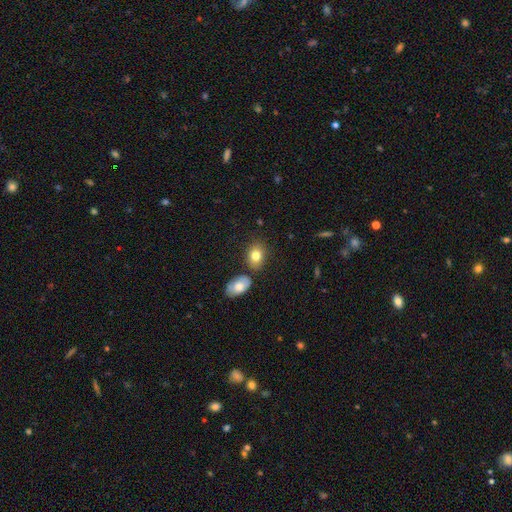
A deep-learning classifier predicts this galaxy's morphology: smooth_or_featured: smooth (p=0.80) [alt: featured or disk p=0.12]
how_rounded: in between (p=0.72) [alt: round p=0.27]
merging: none (p=0.70) [alt: minor disturbance p=0.13]